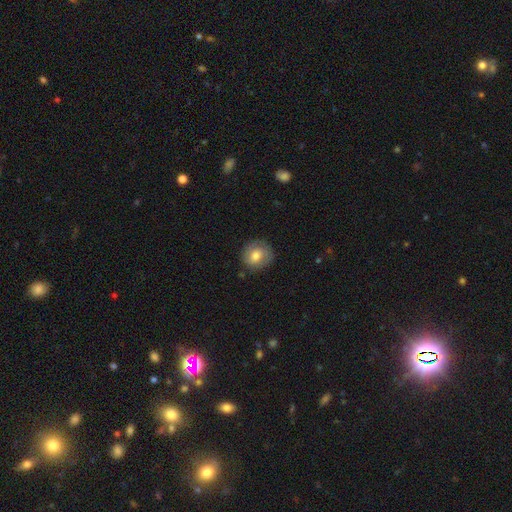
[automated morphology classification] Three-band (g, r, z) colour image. It shows a smooth galaxy with no disk features (73%) that is round (82%). Merging: none (79%).